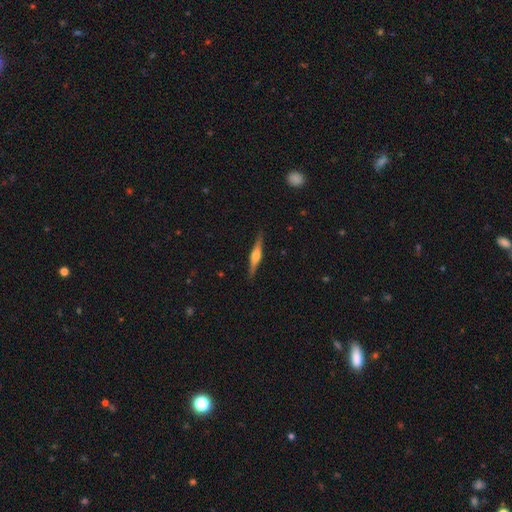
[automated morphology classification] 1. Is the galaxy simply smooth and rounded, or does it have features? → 72% featured or disk, 23% smooth, 6% star or artifact.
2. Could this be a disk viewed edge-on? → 98% yes, 2% no.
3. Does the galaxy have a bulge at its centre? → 89% rounded, 8% boxy, 3% none.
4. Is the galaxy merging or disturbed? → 90% none, 7% minor disturbance, 2% major disturbance, 1% merger.